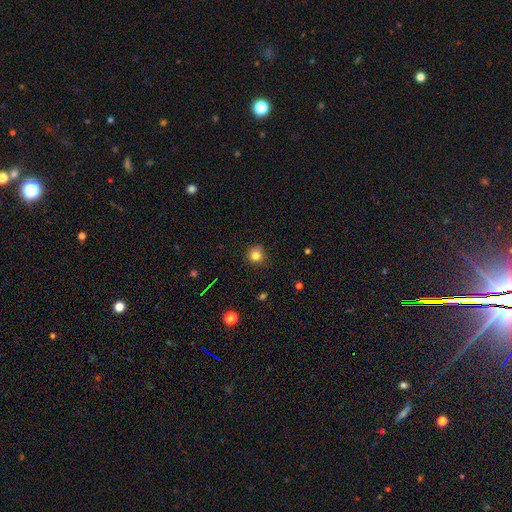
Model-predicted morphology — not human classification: The model was most divided on "smooth or featured": smooth: 81%, star or artifact: 14%, featured or disk: 6%. More confident: how rounded — round (92%); merging — none (84%).